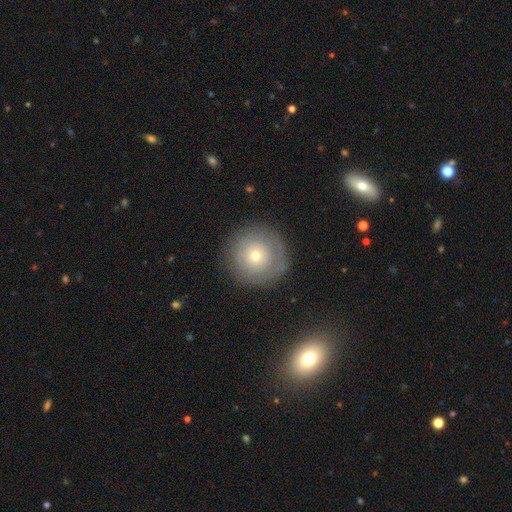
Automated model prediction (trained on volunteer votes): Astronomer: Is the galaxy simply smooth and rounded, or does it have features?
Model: smooth — 53% (runner-up: featured or disk, 36%).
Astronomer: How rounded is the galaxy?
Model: round — 95%.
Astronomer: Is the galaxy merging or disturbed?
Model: none — 84%.